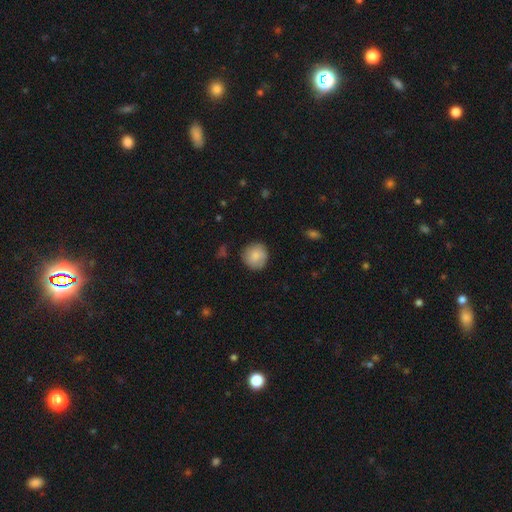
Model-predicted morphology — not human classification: This appears to be a smooth galaxy with no disk features (83%) that is round (92%). Merging: none (84%).